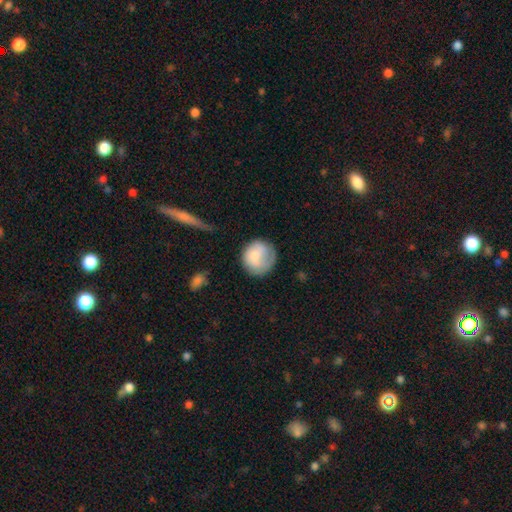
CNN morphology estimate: Smooth or featured? Predicted: smooth (p=0.74). How rounded? Predicted: round (p=0.85). Merging? Predicted: none (p=0.60).